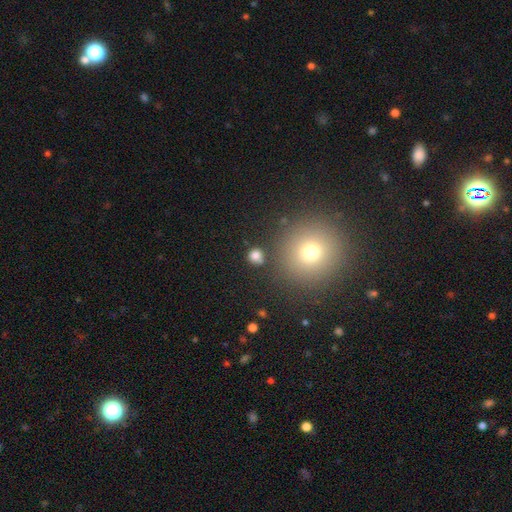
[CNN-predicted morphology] smooth_or_featured: smooth (p=0.78) [alt: star or artifact p=0.16]
how_rounded: round (p=0.88) [alt: in between p=0.11]
merging: none (p=0.80) [alt: merger p=0.09]